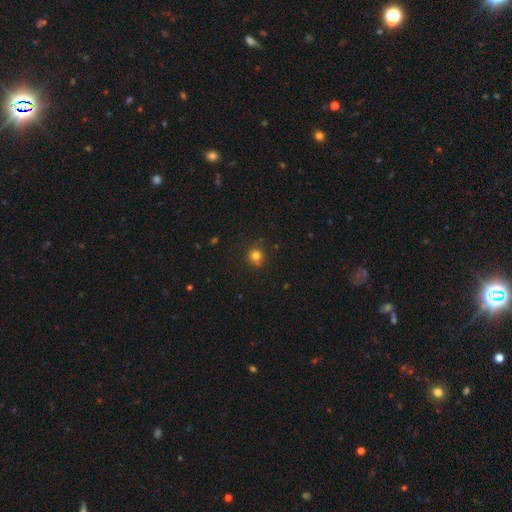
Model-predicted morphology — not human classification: Q: Smooth or featured?
A: smooth (81%); runner-up: star or artifact (13%)
Q: How rounded?
A: round (89%); runner-up: in between (10%)
Q: Merging?
A: none (80%); runner-up: minor disturbance (15%)